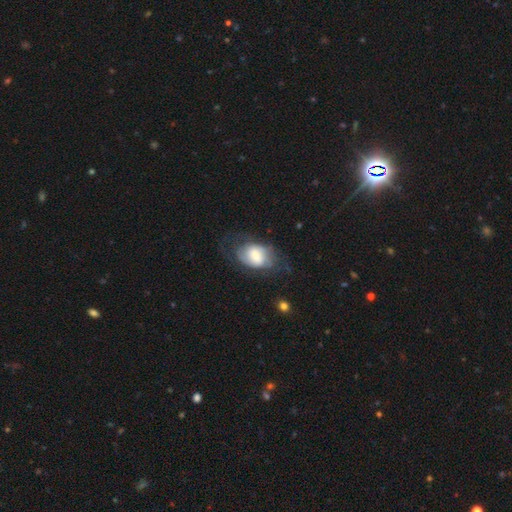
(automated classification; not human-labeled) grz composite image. It shows a featured or disk galaxy (49%). Merging: none (48%).